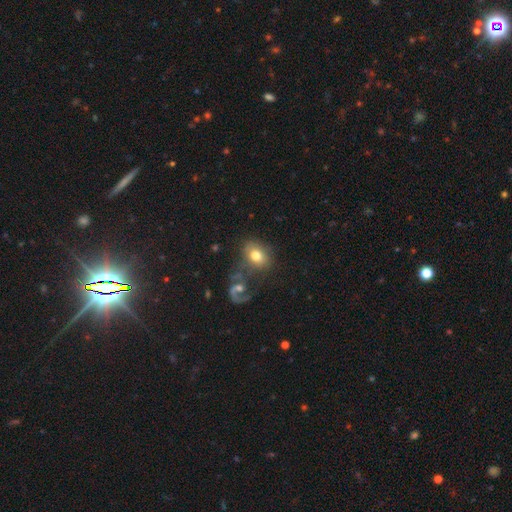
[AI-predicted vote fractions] This appears to be a smooth galaxy with no disk features (67%) that is in between round and cigar-shaped (54%). Merging: none (46%).